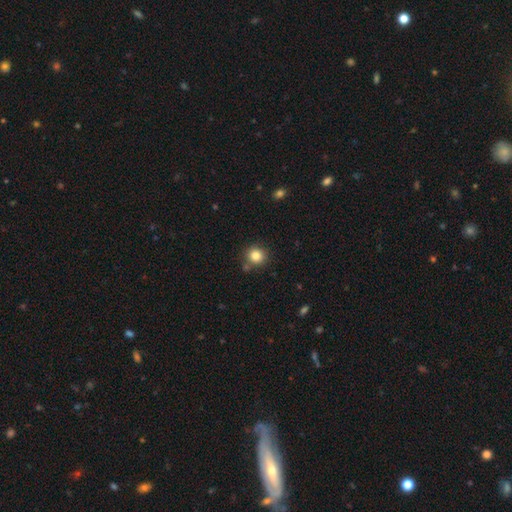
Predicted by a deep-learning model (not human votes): Smooth or featured: smooth — 83% (star or artifact — 11%)
How rounded: round — 91% (in between — 8%)
Merging: none — 81% (minor disturbance — 10%)